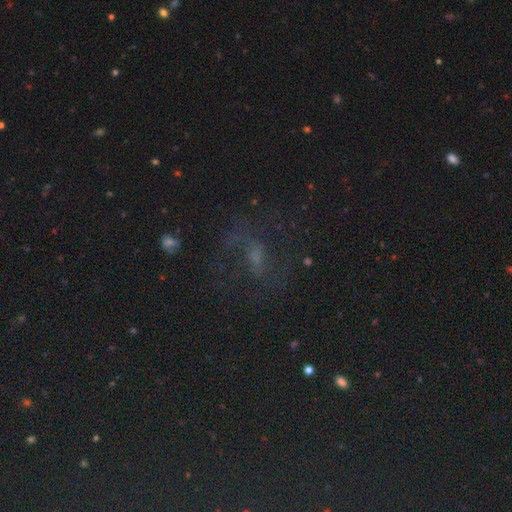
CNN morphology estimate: This appears to be a featured or disk galaxy (45%). Merging: none (65%).